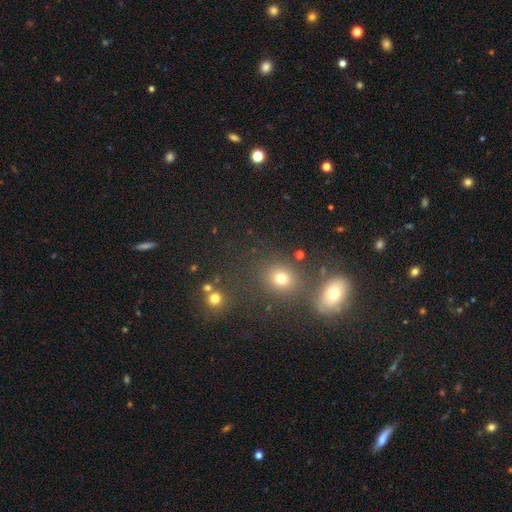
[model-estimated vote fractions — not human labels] Smooth or featured? smooth (50%)
Merging? none (62%)